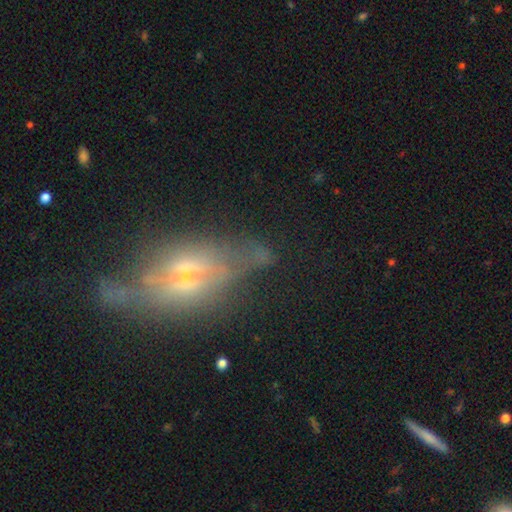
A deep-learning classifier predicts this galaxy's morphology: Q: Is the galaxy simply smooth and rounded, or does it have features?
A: featured or disk — 60%.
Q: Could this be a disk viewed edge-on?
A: yes — 52%.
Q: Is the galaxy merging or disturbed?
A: none — 50%.